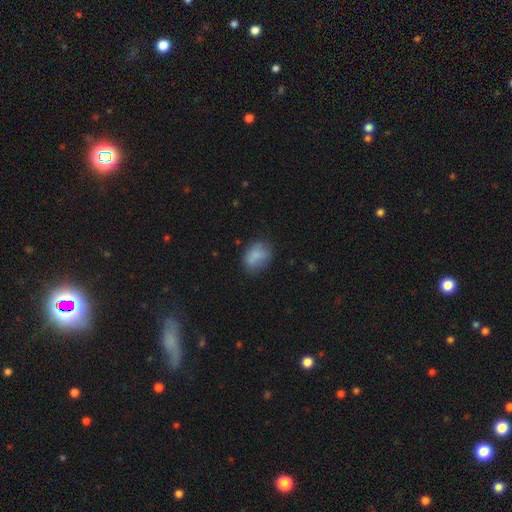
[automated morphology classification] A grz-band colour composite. It shows a smooth galaxy with no disk features (81%) that is in between round and cigar-shaped (71%). Merging: none (63%).